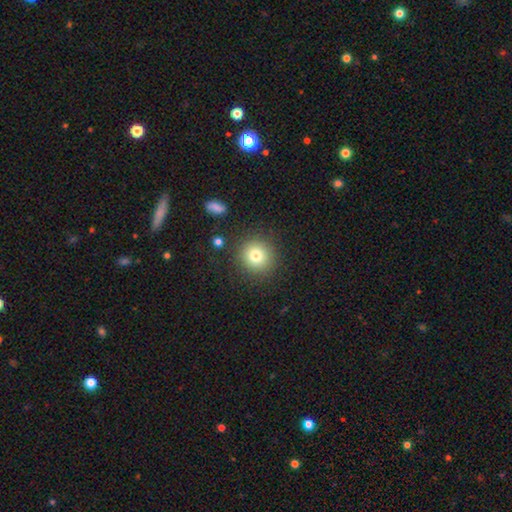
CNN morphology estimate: Smooth or featured?
  - smooth: 78% *
  - star or artifact: 13%
  - featured or disk: 10%
How rounded?
  - round: 92% *
  - in between: 7%
  - cigar-shaped: 1%
Merging?
  - none: 88% *
  - minor disturbance: 7%
  - major disturbance: 3%
  - merger: 2%